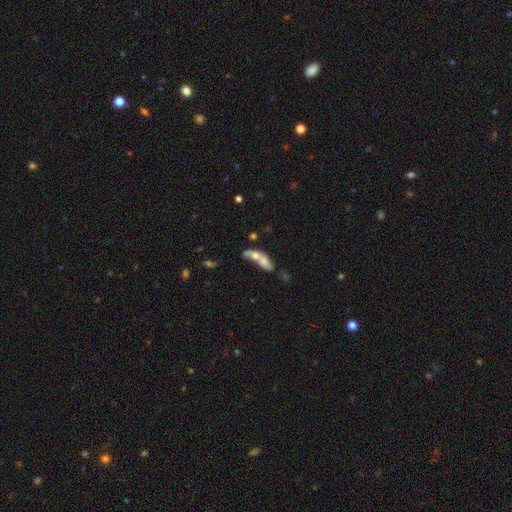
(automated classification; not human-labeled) Morphology: type=smooth (58%); roundness=in between (67%); merging=merger (69%).